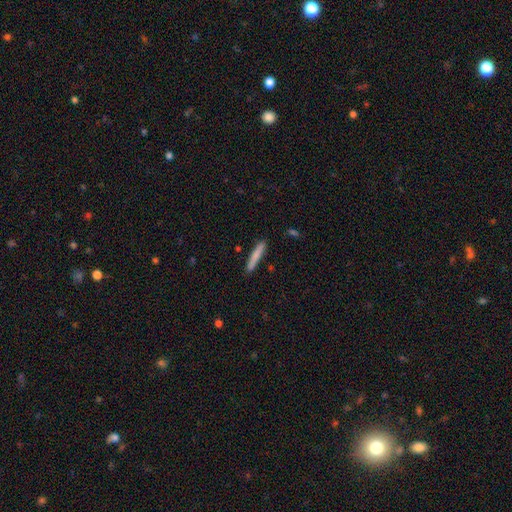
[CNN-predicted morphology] smooth 79%, featured or disk 15%, star or artifact 6%. Down the decision tree: how rounded — cigar-shaped (95%); merging — none (88%).